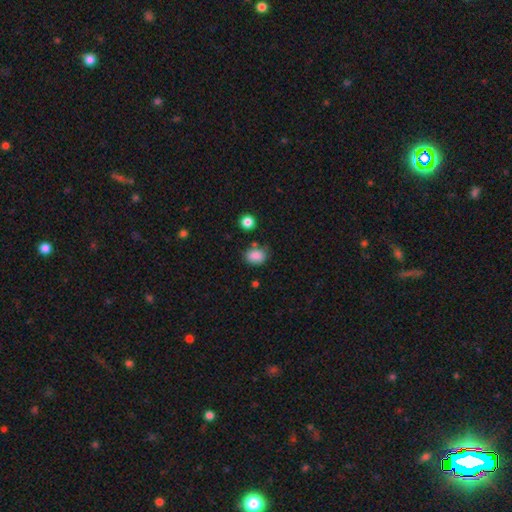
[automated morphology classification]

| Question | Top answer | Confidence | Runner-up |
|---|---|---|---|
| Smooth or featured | smooth | 86% | star or artifact (10%) |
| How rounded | in between | 64% | round (35%) |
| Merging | none | 68% | minor disturbance (21%) |